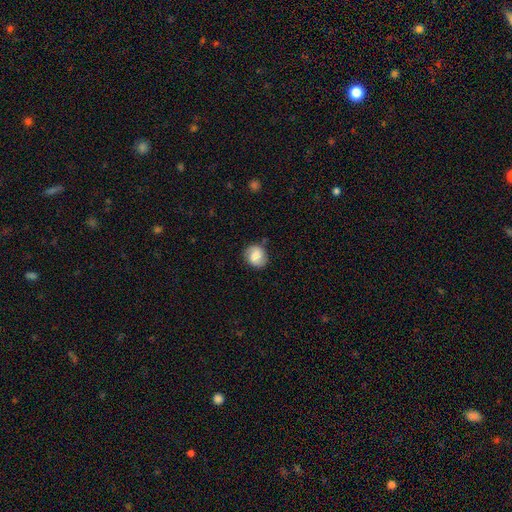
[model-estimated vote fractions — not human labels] smooth 71%, featured or disk 21%, star or artifact 8%. Down the decision tree: how rounded — round (70%); merging — none (73%).